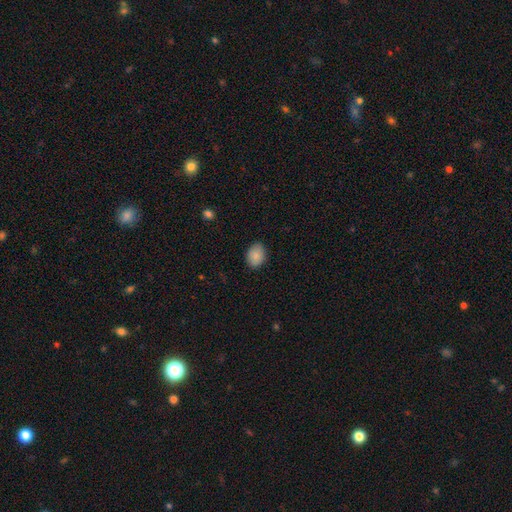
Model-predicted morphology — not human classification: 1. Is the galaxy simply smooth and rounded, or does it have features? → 87% smooth, 8% star or artifact, 6% featured or disk.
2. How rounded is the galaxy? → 69% in between, 30% round, 1% cigar-shaped.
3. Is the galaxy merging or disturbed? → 84% none, 13% minor disturbance, 2% major disturbance, 1% merger.